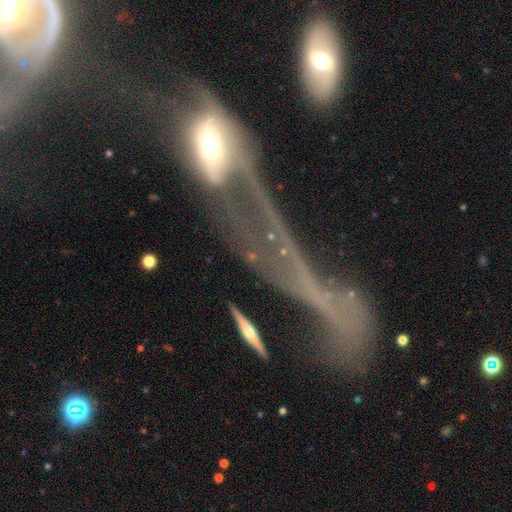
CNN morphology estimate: Smooth or featured? Predicted: featured or disk (p=0.59). Edge-on disk? Predicted: no (p=0.67). Merging? Predicted: major disturbance (p=0.47).